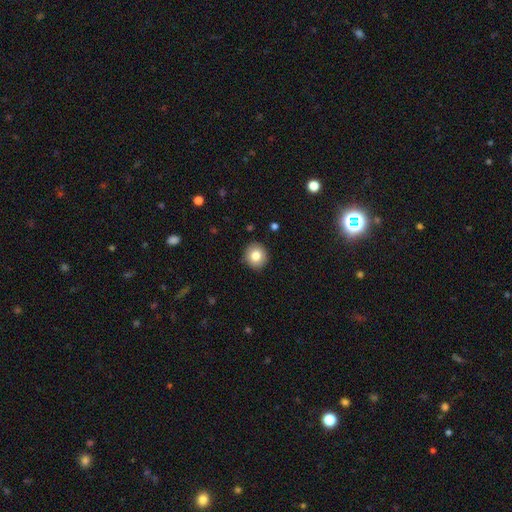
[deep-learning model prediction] This is clearly a smooth galaxy (81%). How rounded: clearly round (90%). Merging: clearly none (91%).